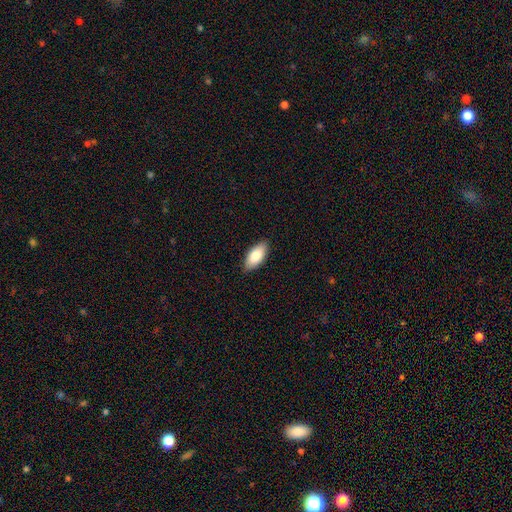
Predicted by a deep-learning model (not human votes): smooth-or-featured: smooth: 84% | featured or disk: 10% | star or artifact: 6%
  how-rounded: in between: 90% | cigar-shaped: 8% | round: 2%
  merging: none: 88% | minor disturbance: 9% | major disturbance: 2% | merger: 1%